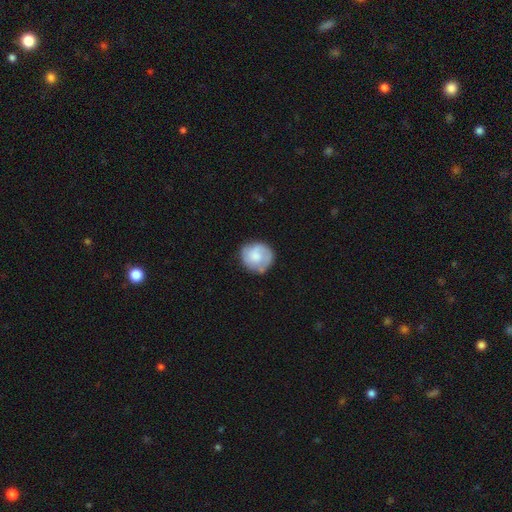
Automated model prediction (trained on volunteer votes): Smooth or featured?
  - smooth: 62% *
  - featured or disk: 31%
  - star or artifact: 6%
How rounded?
  - round: 86% *
  - in between: 13%
  - cigar-shaped: 1%
Merging?
  - none: 69% *
  - minor disturbance: 22%
  - major disturbance: 7%
  - merger: 2%